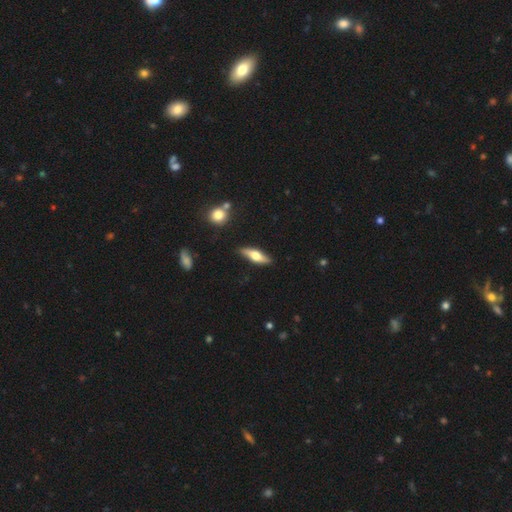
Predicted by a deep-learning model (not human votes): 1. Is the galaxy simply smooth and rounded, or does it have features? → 47% featured or disk (tied), 47% smooth (tied), 6% star or artifact.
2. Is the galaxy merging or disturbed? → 83% none, 13% minor disturbance, 2% major disturbance, 2% merger.